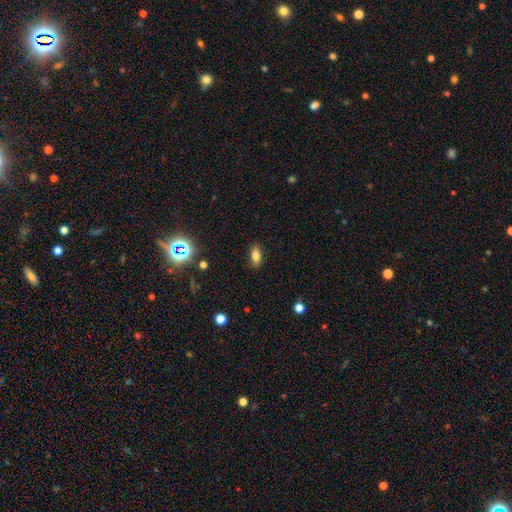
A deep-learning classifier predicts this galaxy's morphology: Smooth or featured: smooth — 77% (star or artifact — 12%)
How rounded: in between — 83% (cigar-shaped — 12%)
Merging: none — 88% (minor disturbance — 9%)